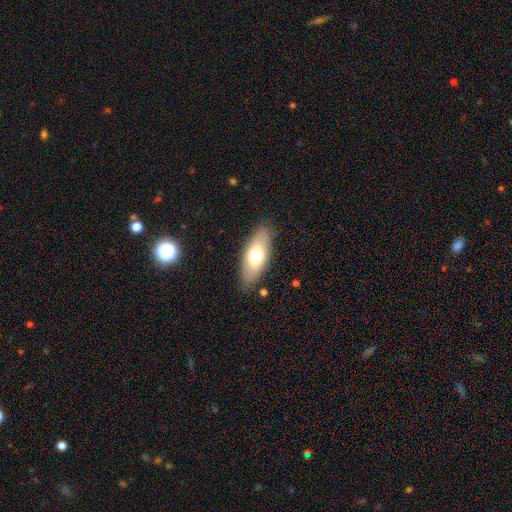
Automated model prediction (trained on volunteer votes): smooth_or_featured: smooth (p=0.67) [alt: featured or disk p=0.27]
how_rounded: in between (p=0.82) [alt: cigar-shaped p=0.15]
merging: none (p=0.83) [alt: minor disturbance p=0.13]